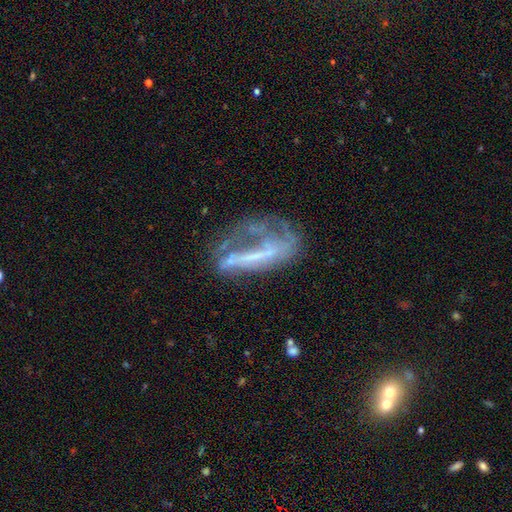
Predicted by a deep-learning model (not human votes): Morphology: type=featured or disk (64%); edge-on=no (86%); bar=no (48%); spiral arms=no (68%); bulge=none (58%); merging=major disturbance (40%).